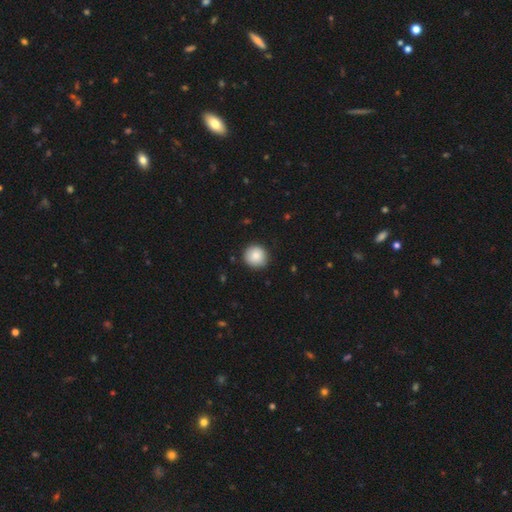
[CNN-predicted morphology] A smooth galaxy with no disk features (86%) that is round (93%). Merging: none (88%).